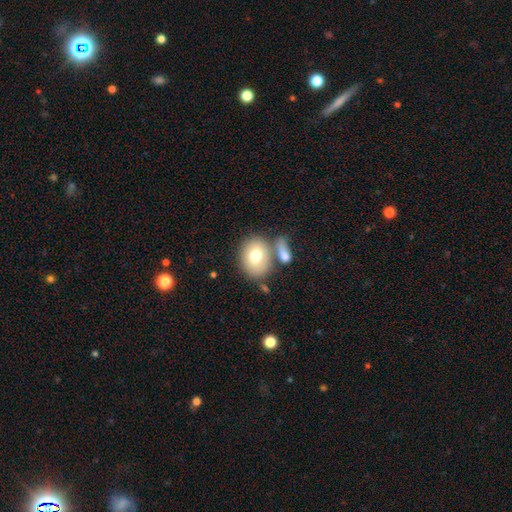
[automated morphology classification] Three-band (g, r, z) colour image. It shows a smooth galaxy with no disk features (73%) that is in between round and cigar-shaped (54%). Merging: none (57%).